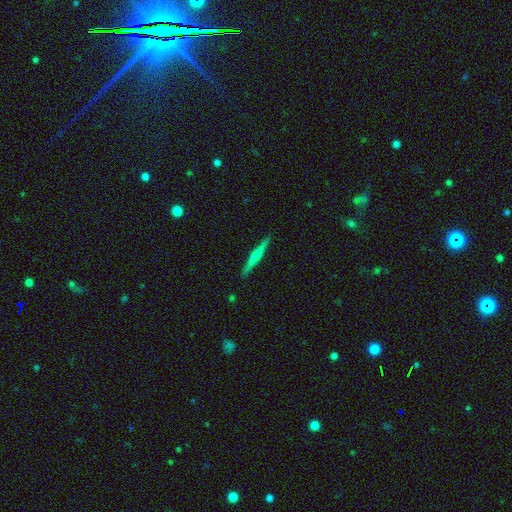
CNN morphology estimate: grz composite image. It shows a featured or disk galaxy (66%) viewed edge-on (98%) with a rounded central bulge (72%). Merging: none (91%).